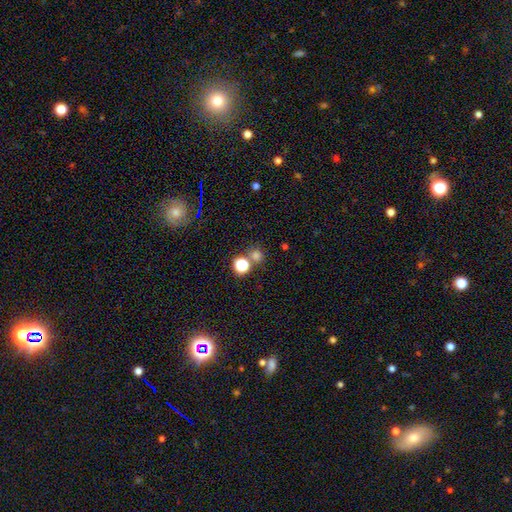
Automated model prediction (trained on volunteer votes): Smooth or featured: smooth — 71% (star or artifact — 23%)
How rounded: round — 87% (in between — 12%)
Merging: none — 69% (merger — 20%)